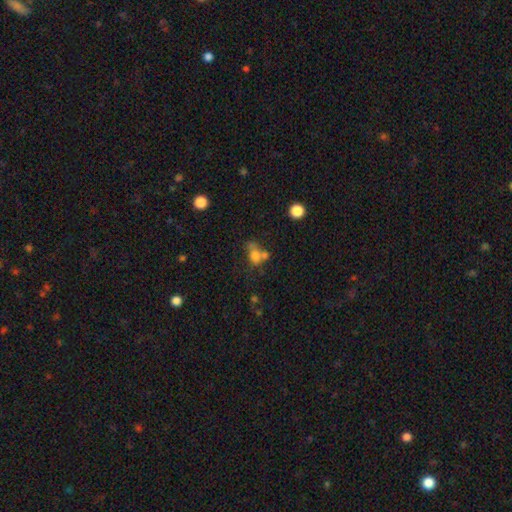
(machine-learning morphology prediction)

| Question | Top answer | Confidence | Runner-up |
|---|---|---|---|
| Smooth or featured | smooth | 70% | featured or disk (16%) |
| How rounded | in between | 53% | round (44%) |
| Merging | merger | 41% | none (30%) |